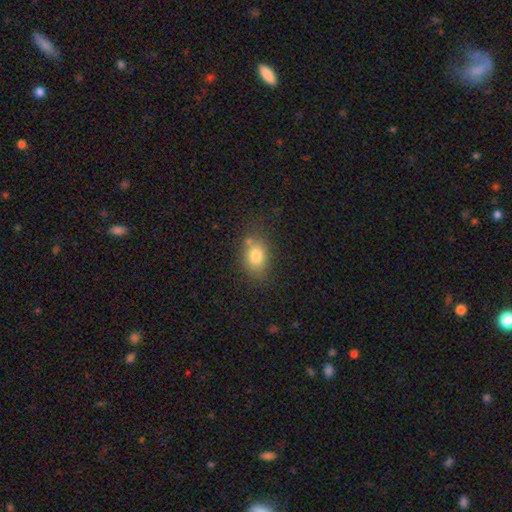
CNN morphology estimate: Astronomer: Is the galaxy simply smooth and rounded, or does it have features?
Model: smooth — 79%.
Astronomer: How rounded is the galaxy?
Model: in between — 67%.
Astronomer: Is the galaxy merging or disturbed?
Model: none — 70%.